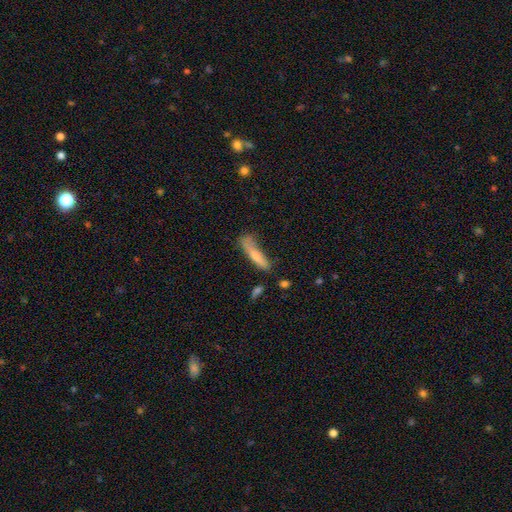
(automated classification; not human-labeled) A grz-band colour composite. It shows a smooth galaxy with no disk features (62%) that is cigar-shaped (84%). Merging: none (54%).